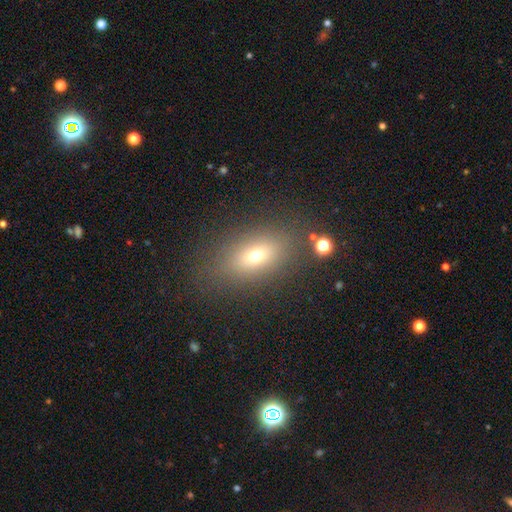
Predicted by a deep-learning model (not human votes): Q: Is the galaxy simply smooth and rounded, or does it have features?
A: smooth — 65%.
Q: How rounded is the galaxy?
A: in between — 78%.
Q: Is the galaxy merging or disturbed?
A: none — 80%.